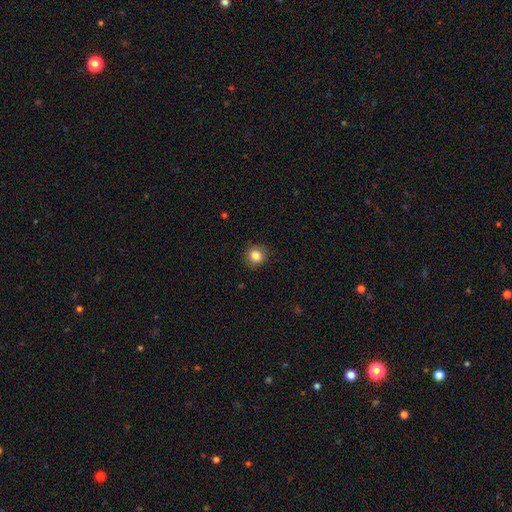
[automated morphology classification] smooth_or_featured: smooth (p=0.84) [alt: star or artifact p=0.10]
how_rounded: round (p=0.89) [alt: in between p=0.10]
merging: none (p=0.89) [alt: minor disturbance p=0.08]